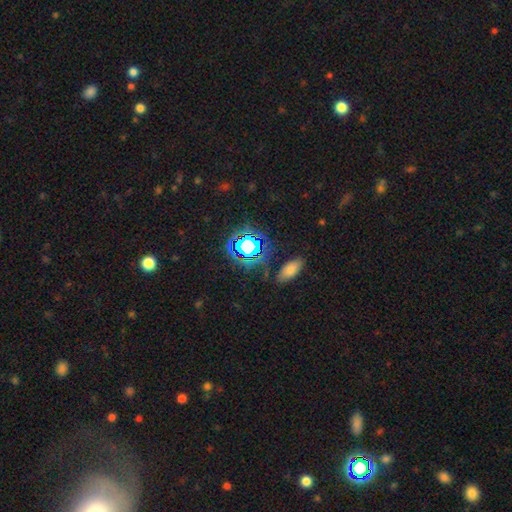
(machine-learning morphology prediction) Smooth or featured: star or artifact — 66% (smooth — 23%)